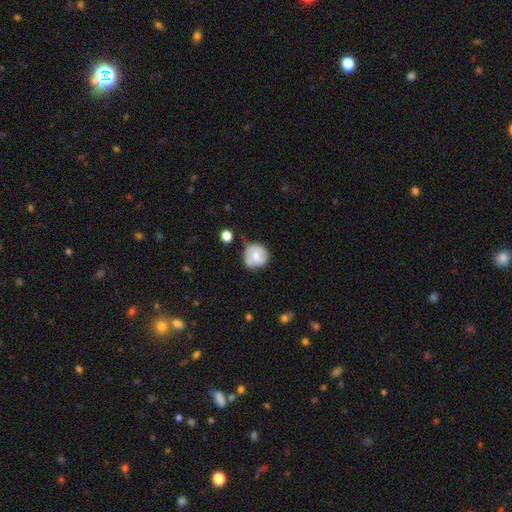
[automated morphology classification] Smooth or featured: smooth — 48% (featured or disk — 45%)
Merging: none — 51% (minor disturbance — 30%)